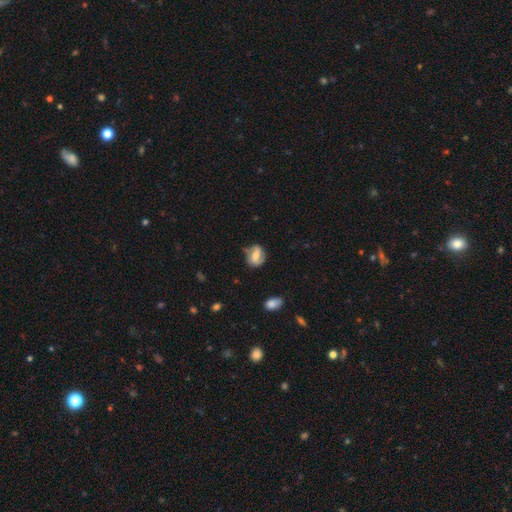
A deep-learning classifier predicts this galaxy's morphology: Overall: featured or disk (52%; smooth 40%). Edge-on disk: no (95%). Merging: none (62%; minor disturbance 26%).